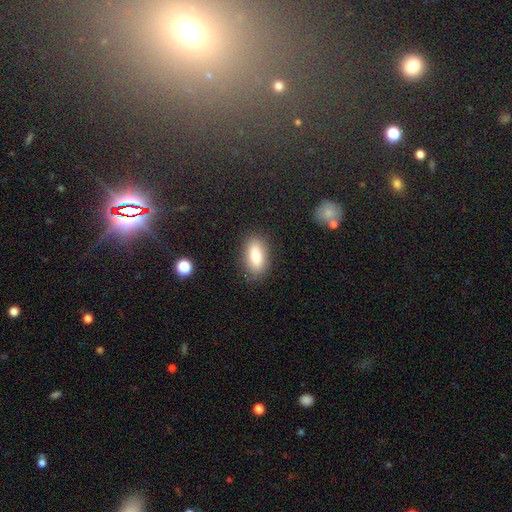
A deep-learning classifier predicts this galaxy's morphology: A smooth galaxy with no disk features (83%) that is in between round and cigar-shaped (87%). Merging: none (85%).